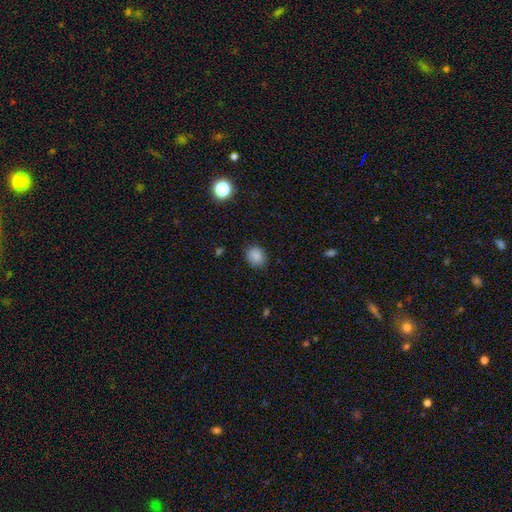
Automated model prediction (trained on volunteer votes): smooth 86%, star or artifact 10%, featured or disk 4%. Down the decision tree: how rounded — round (66%); merging — none (84%).